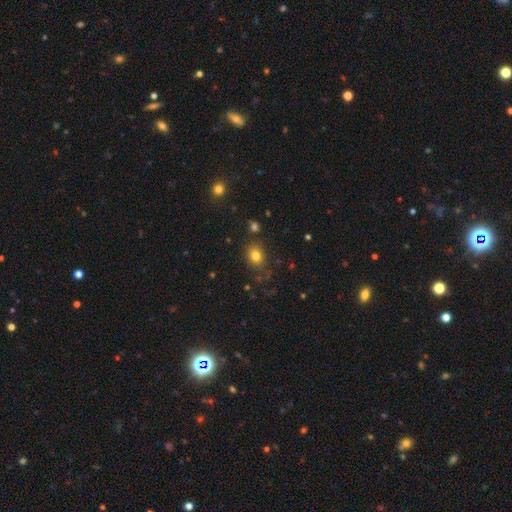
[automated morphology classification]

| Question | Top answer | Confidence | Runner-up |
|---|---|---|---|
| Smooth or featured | smooth | 79% | star or artifact (13%) |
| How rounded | in between | 52% | round (47%) |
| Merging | none | 78% | minor disturbance (14%) |